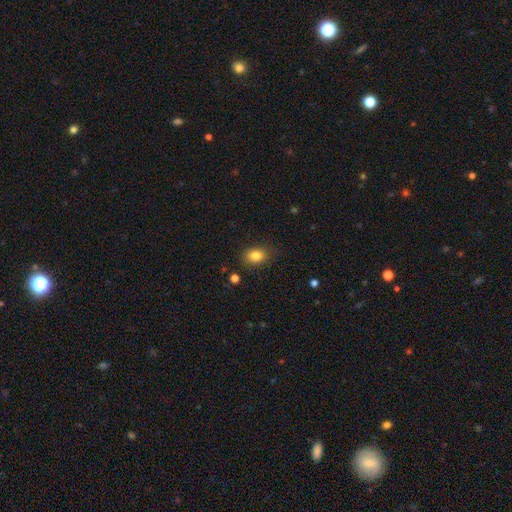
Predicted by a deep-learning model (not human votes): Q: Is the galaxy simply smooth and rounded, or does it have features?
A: smooth — 83%.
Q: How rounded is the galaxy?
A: in between — 68%.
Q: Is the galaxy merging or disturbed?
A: none — 83%.